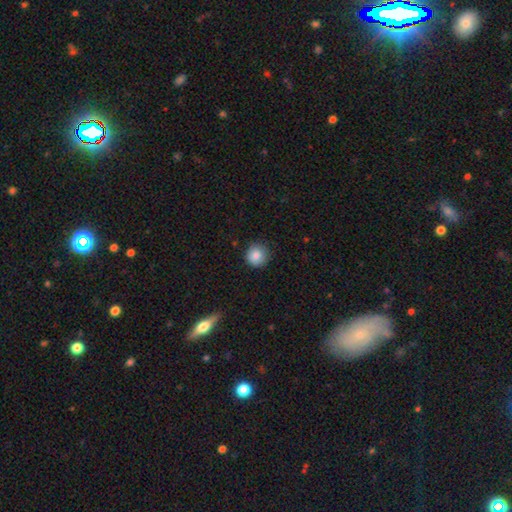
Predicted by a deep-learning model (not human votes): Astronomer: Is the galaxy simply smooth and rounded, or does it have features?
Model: smooth — 84%.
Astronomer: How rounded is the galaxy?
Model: round — 94%.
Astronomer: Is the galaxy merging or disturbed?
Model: none — 85%.